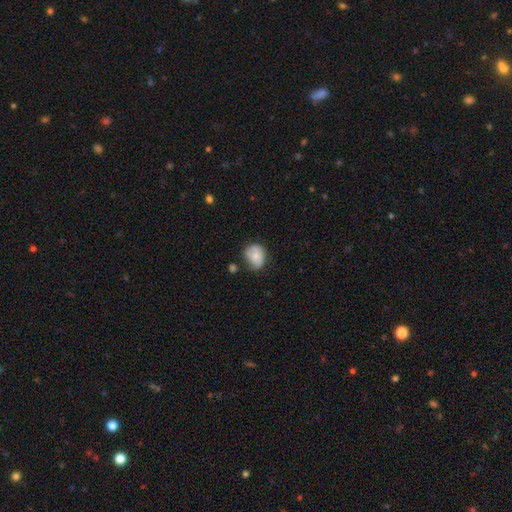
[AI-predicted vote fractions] This is likely a smooth galaxy (69%). How rounded: possibly round (52%). Merging: possibly none (47%).